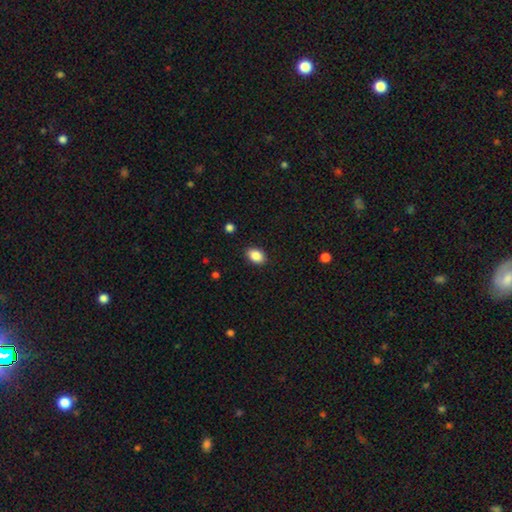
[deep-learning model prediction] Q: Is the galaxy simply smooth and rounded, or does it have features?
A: smooth — 87%.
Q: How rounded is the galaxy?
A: in between — 81%.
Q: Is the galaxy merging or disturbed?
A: none — 88%.